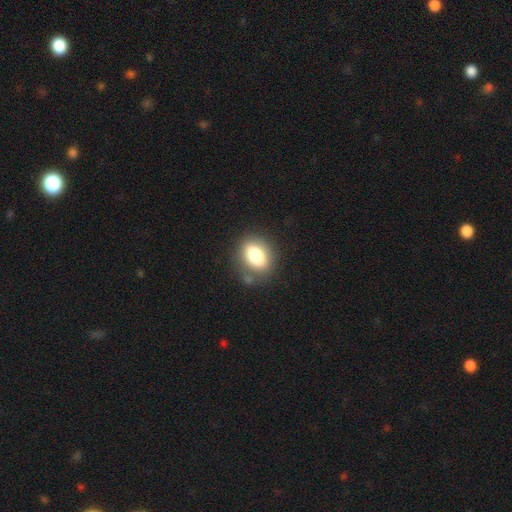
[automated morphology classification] A smooth galaxy with no disk features (78%) that is in between round and cigar-shaped (69%). Merging: none (78%).